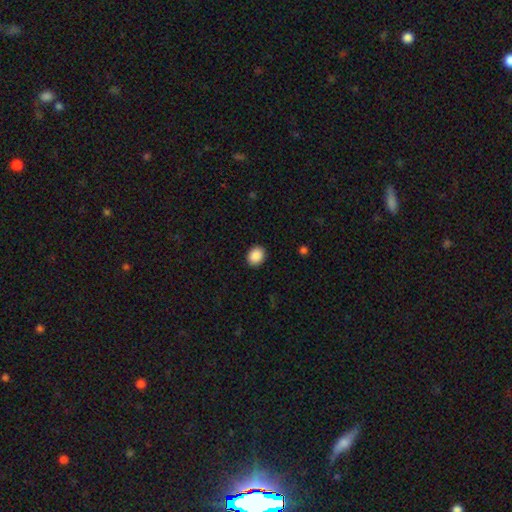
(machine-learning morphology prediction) smooth_or_featured: smooth (p=0.89) [alt: star or artifact p=0.08]
how_rounded: round (p=0.59) [alt: in between p=0.40]
merging: none (p=0.90) [alt: minor disturbance p=0.07]